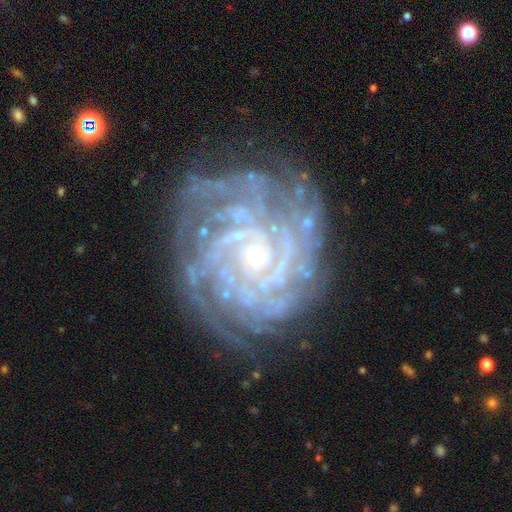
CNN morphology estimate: Smooth or featured? featured or disk (89%)
Edge-on disk? no (97%)
Bar? no (72%)
Spiral arms? yes (97%)
Spiral winding? tight (78%)
Spiral arm count? can't tell (25%)
Bulge size? small (71%)
Merging? none (73%)